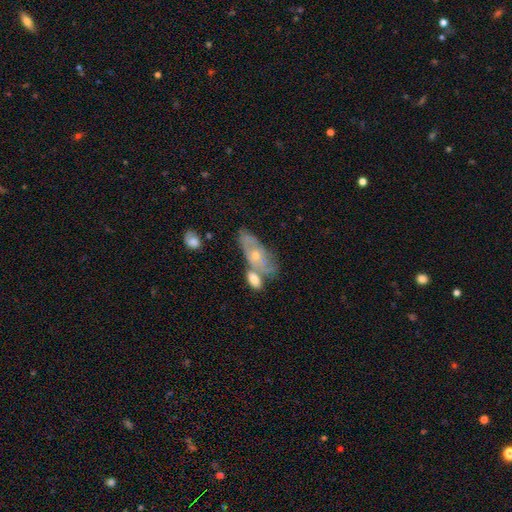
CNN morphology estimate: Smooth or featured: featured or disk — 59% (smooth — 34%)
Edge-on disk: no — 84% (yes — 16%)
Merging: none — 38% (merger — 36%)